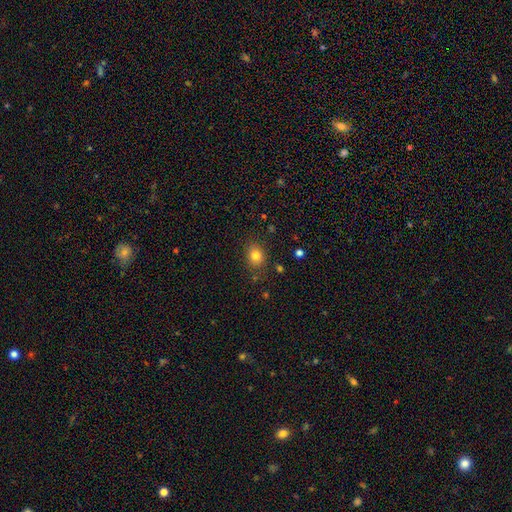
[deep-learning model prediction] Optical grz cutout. It shows a smooth galaxy with no disk features (81%) that is round (56%). Merging: none (82%).